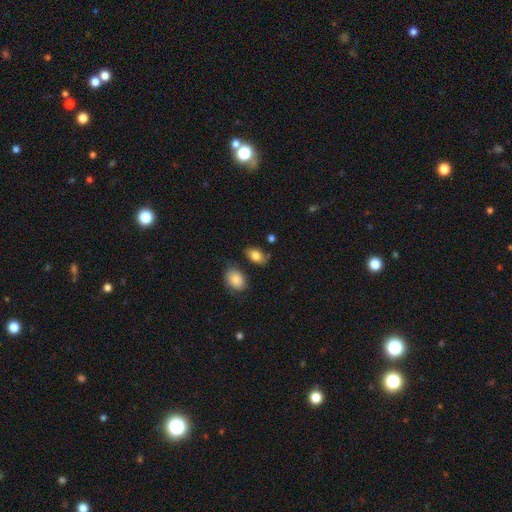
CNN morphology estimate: Smooth or featured: smooth — 81% (featured or disk — 10%)
How rounded: in between — 89% (round — 10%)
Merging: none — 72% (minor disturbance — 17%)